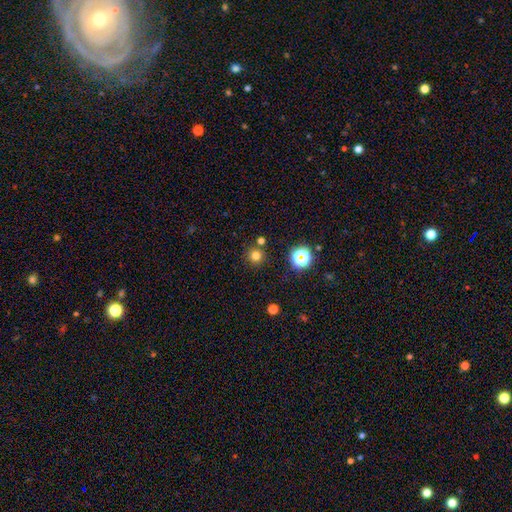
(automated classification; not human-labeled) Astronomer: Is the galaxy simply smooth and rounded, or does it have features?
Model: smooth — 74%.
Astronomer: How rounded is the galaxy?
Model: round — 95%.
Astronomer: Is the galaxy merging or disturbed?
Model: none — 84%.